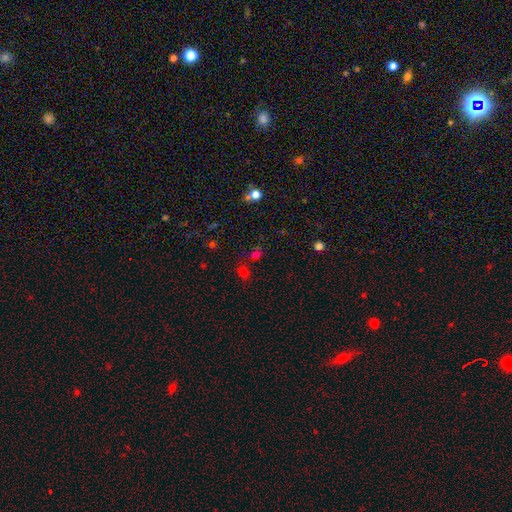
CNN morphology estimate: Smooth or featured?
  - smooth: 58% *
  - star or artifact: 36%
  - featured or disk: 6%
How rounded?
  - round: 75% *
  - in between: 24%
  - cigar-shaped: 1%
Merging?
  - none: 68% *
  - merger: 16%
  - minor disturbance: 11%
  - major disturbance: 5%